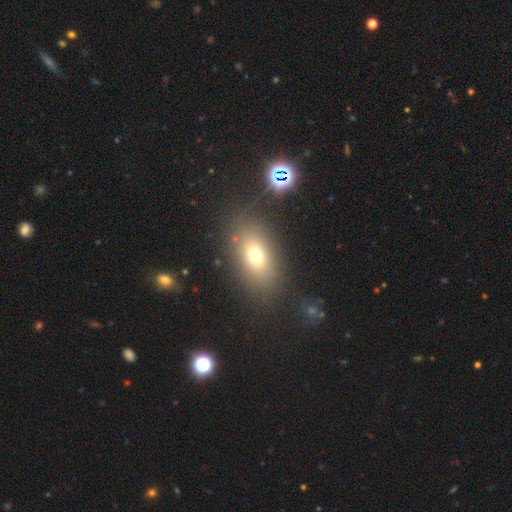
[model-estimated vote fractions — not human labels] Morphology: type=smooth (67%); roundness=in between (77%); merging=none (81%).